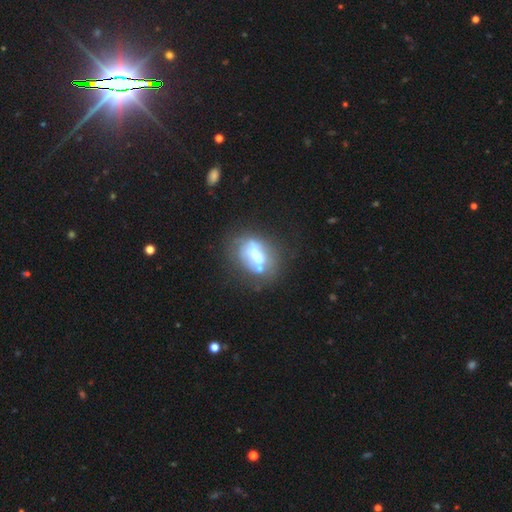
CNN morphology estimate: This is possibly a featured or disk galaxy (50%). Merging: marginally none (41%).